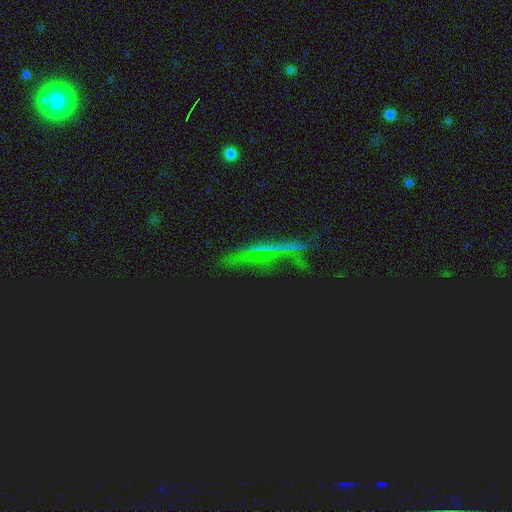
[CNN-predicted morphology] Smooth or featured: star or artifact — 57% (smooth — 24%)